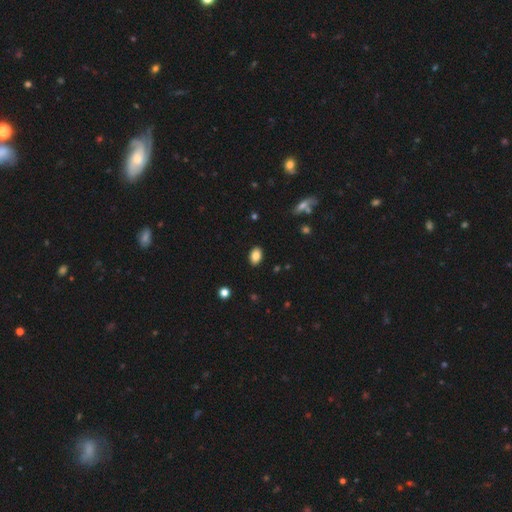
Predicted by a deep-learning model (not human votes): Smooth or featured? Predicted: smooth (p=0.85). How rounded? Predicted: in between (p=0.88). Merging? Predicted: none (p=0.89).